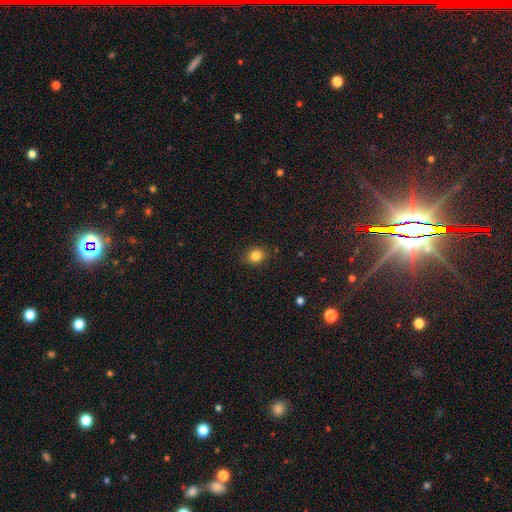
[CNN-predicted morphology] Smooth or featured? Predicted: smooth (p=0.84). How rounded? Predicted: round (p=0.65). Merging? Predicted: none (p=0.87).